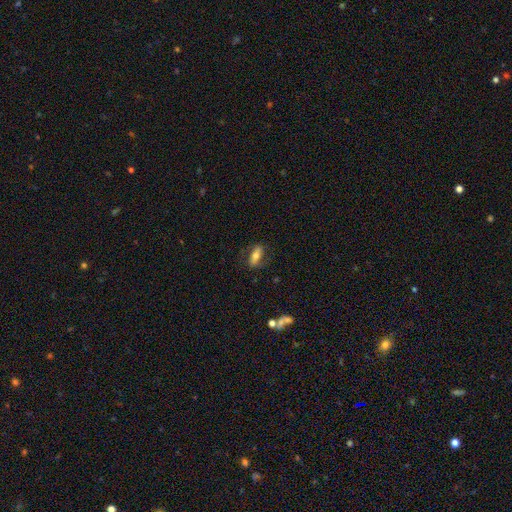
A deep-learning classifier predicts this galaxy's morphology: Smooth or featured? smooth (60%)
How rounded? in between (72%)
Merging? none (77%)